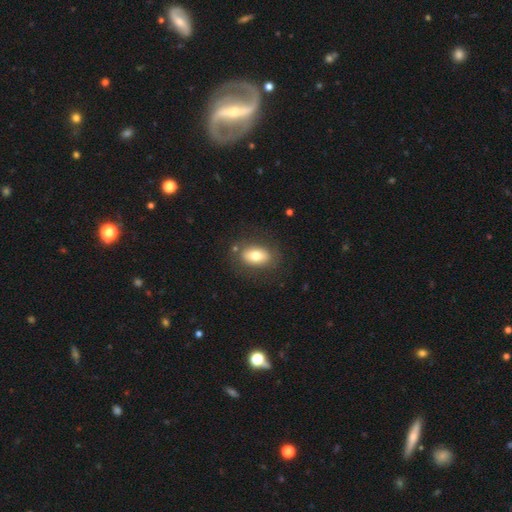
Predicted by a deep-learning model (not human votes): This appears to be a smooth galaxy with no disk features (74%) that is in between round and cigar-shaped (85%). Merging: none (80%).